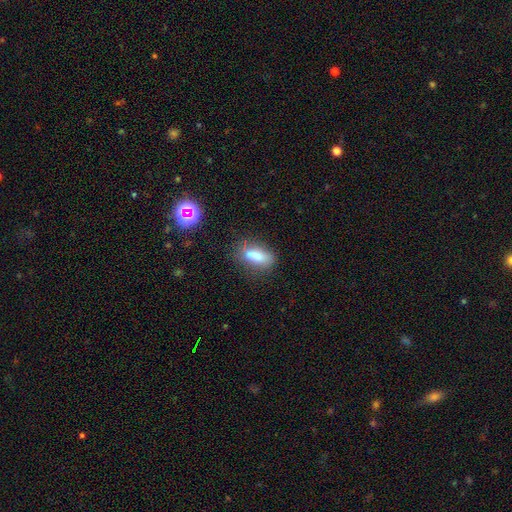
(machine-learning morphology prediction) smooth 77%, featured or disk 13%, star or artifact 10%. Down the decision tree: how rounded — in between (72%); merging — none (64%).